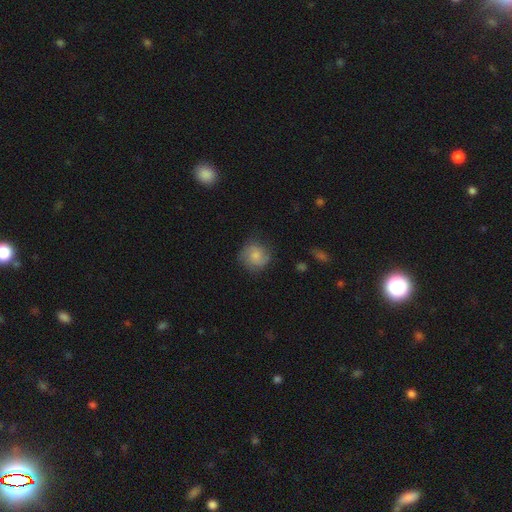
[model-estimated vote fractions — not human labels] Smooth or featured? Predicted: smooth (p=0.58). How rounded? Predicted: round (p=0.87). Merging? Predicted: none (p=0.74).